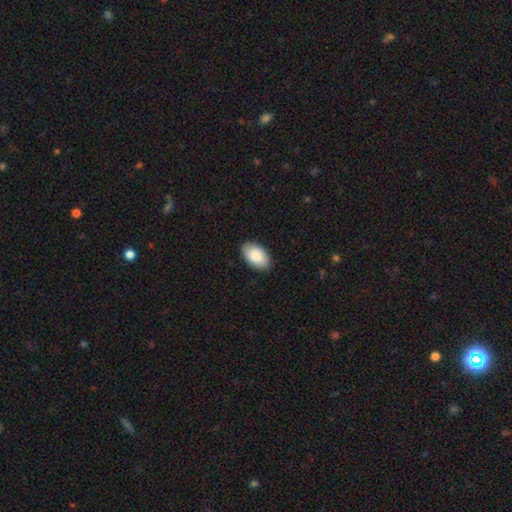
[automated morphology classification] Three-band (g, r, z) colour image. It shows a smooth galaxy with no disk features (86%) that is in between round and cigar-shaped (94%). Merging: none (87%).